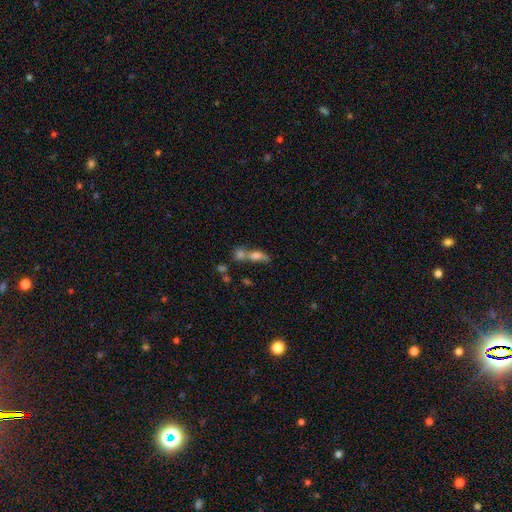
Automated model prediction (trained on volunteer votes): A smooth galaxy with no disk features (59%) that is in between round and cigar-shaped (55%).

Vote fractions:
- Smooth or featured? smooth: 59% / featured or disk: 27% / star or artifact: 14%
- How rounded? in between: 55% / cigar-shaped: 26% / round: 19%
- Merging? merger: 60% / none: 23% / major disturbance: 9% / minor disturbance: 9%